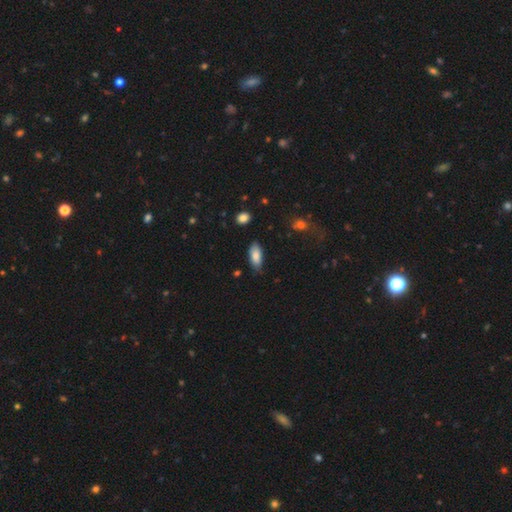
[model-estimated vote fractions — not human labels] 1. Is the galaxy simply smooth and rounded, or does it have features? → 83% smooth, 11% featured or disk, 7% star or artifact.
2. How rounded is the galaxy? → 87% in between, 11% cigar-shaped, 2% round.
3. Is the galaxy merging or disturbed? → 76% none, 19% minor disturbance, 3% major disturbance, 2% merger.